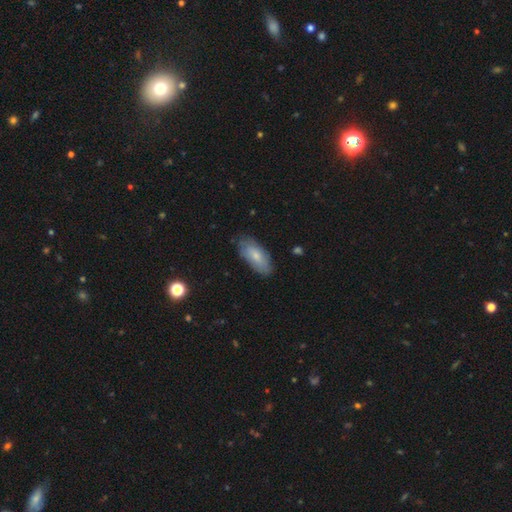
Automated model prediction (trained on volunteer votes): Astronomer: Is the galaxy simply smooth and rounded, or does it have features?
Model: smooth — 74%.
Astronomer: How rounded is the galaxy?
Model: in between — 86%.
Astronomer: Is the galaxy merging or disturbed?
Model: none — 77%.